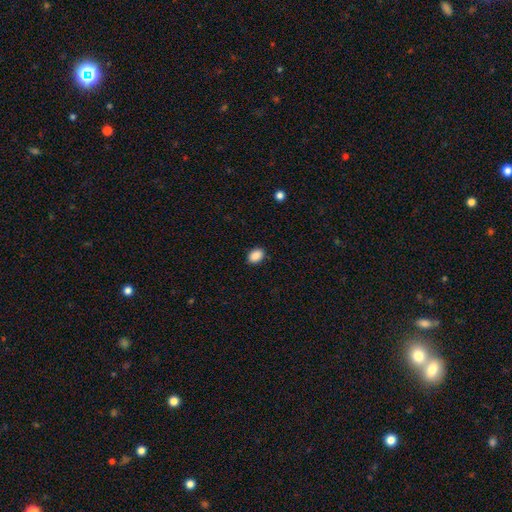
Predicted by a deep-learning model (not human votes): Smooth or featured? Predicted: smooth (p=0.89). How rounded? Predicted: in between (p=0.79). Merging? Predicted: none (p=0.88).